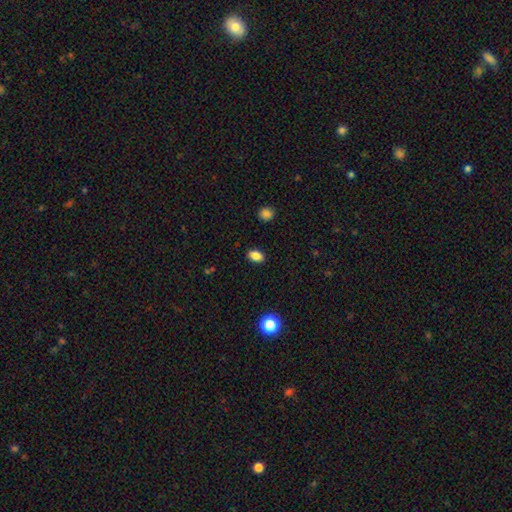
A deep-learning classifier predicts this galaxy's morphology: smooth_or_featured: smooth (p=0.85) [alt: star or artifact p=0.10]
how_rounded: in between (p=0.82) [alt: round p=0.17]
merging: none (p=0.88) [alt: minor disturbance p=0.08]